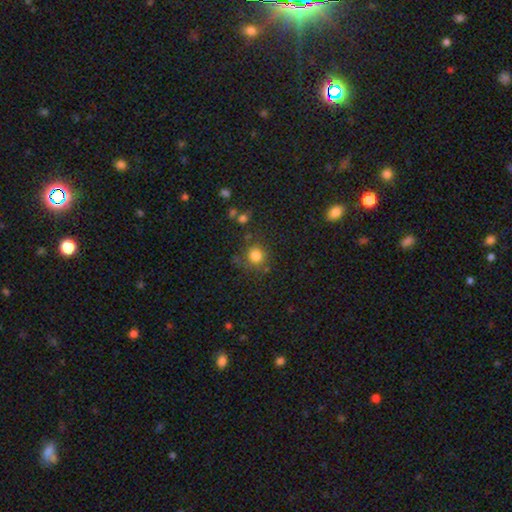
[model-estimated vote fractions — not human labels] Smooth or featured? Predicted: smooth (p=0.80). How rounded? Predicted: round (p=0.92). Merging? Predicted: none (p=0.76).